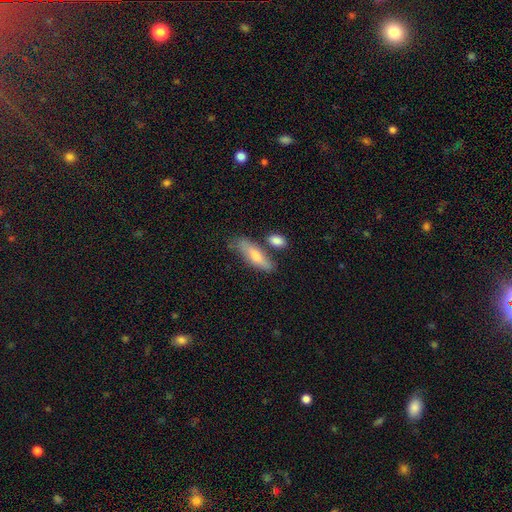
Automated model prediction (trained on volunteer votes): This appears to be a smooth galaxy with no disk features (61%) that is cigar-shaped (50%). Merging: none (61%).